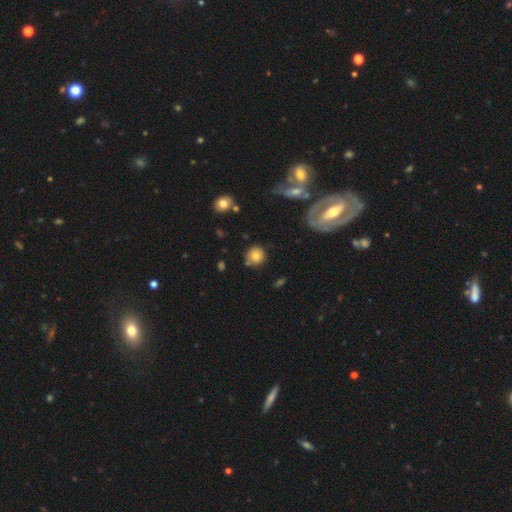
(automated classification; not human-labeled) smooth 77%, featured or disk 13%, star or artifact 11%. Down the decision tree: how rounded — round (88%); merging — none (74%).